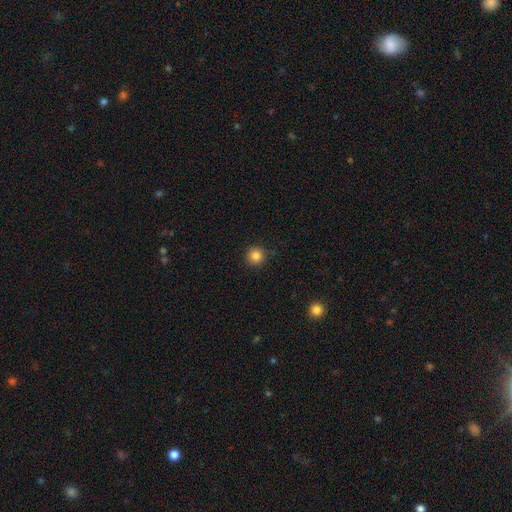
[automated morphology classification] smooth 85%, star or artifact 11%, featured or disk 4%. Down the decision tree: how rounded — round (94%); merging — none (88%).